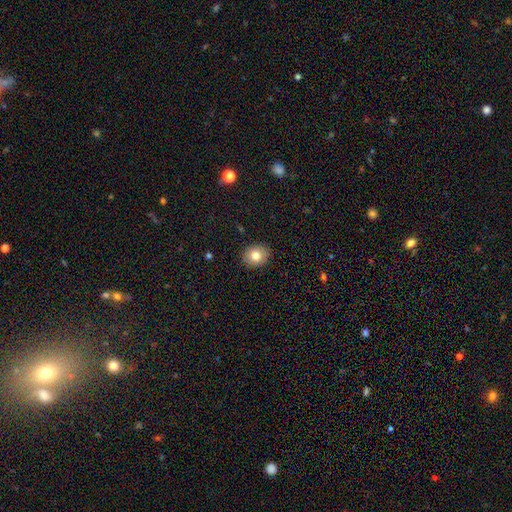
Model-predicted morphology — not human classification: Q: Smooth or featured?
A: smooth (79%); runner-up: featured or disk (11%)
Q: How rounded?
A: round (58%); runner-up: in between (41%)
Q: Merging?
A: none (90%); runner-up: minor disturbance (7%)